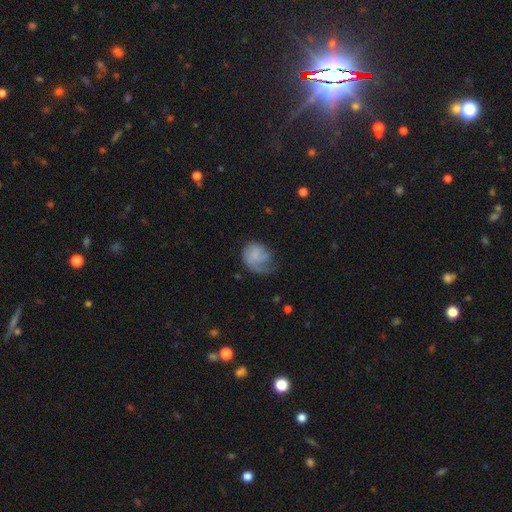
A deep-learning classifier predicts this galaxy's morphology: A smooth galaxy with no disk features (52%) that is round (57%). Merging: none (35%).